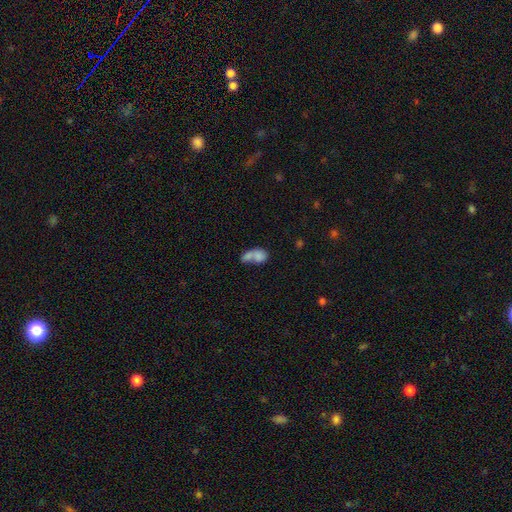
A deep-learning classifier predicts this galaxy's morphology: Q: Smooth or featured?
A: smooth (74%); runner-up: featured or disk (17%)
Q: How rounded?
A: in between (71%); runner-up: round (26%)
Q: Merging?
A: merger (70%); runner-up: none (15%)